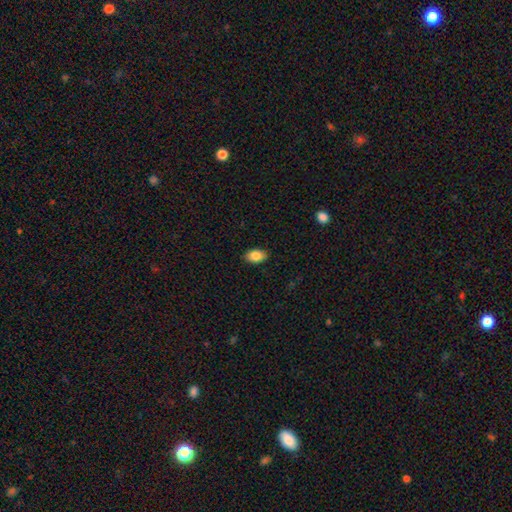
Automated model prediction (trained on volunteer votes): The model was most divided on "smooth or featured": smooth: 86%, star or artifact: 8%, featured or disk: 7%. More confident: how rounded — in between (89%); merging — none (88%).